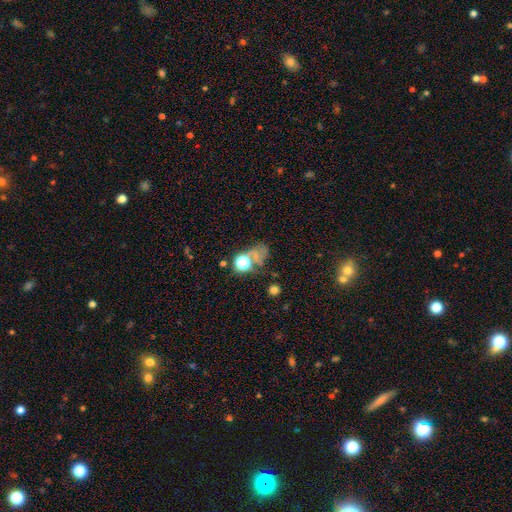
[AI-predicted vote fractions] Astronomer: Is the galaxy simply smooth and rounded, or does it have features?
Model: smooth — 45% (runner-up: star or artifact, 35%).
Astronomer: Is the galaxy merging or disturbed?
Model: none — 35% (runner-up: major disturbance, 29%).